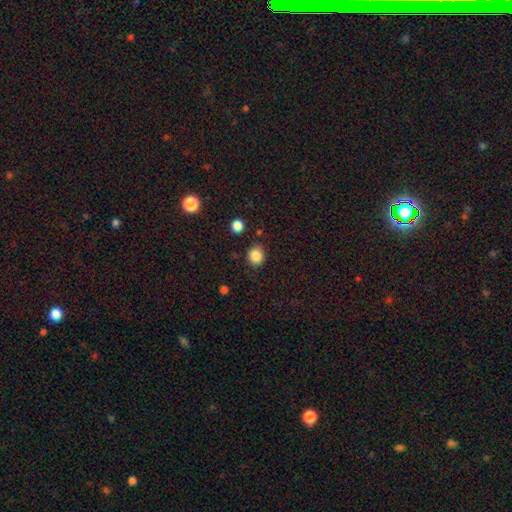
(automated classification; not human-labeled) Smooth or featured? Predicted: smooth (p=0.85). How rounded? Predicted: round (p=0.74). Merging? Predicted: none (p=0.83).